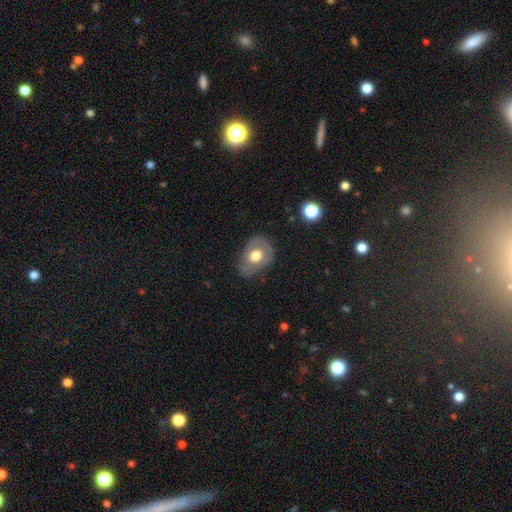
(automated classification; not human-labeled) This is possibly a smooth galaxy (53%). How rounded: likely in between (70%). Merging: likely none (66%).